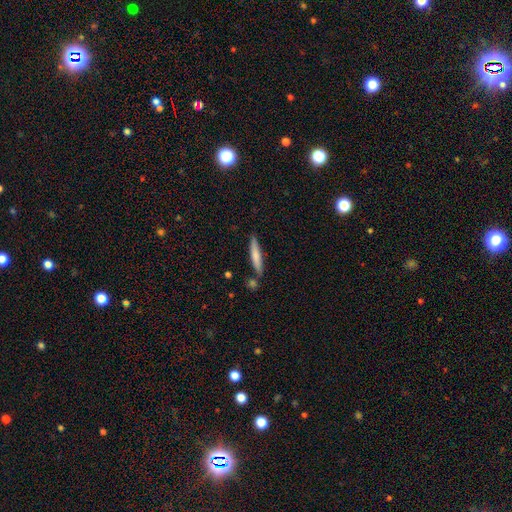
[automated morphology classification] Smooth or featured? Predicted: smooth (p=0.71). How rounded? Predicted: cigar-shaped (p=0.92). Merging? Predicted: none (p=0.80).